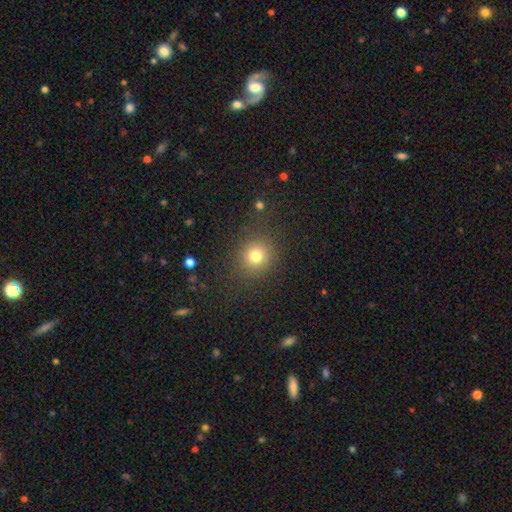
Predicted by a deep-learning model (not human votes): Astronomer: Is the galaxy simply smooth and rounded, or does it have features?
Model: smooth — 77%.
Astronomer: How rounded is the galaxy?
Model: round — 85%.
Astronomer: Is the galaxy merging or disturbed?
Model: none — 85%.